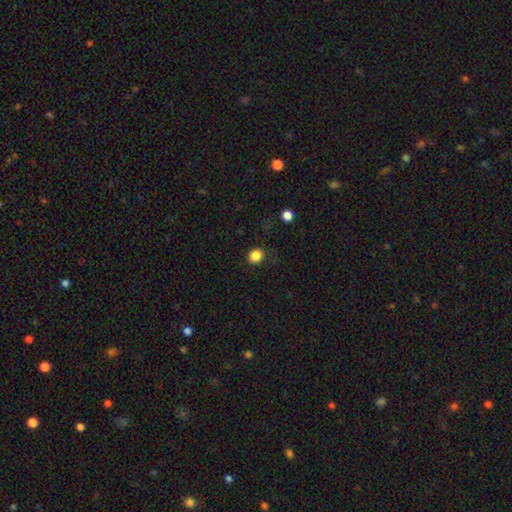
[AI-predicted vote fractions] This is clearly a smooth galaxy (84%). How rounded: clearly round (81%). Merging: clearly none (81%).